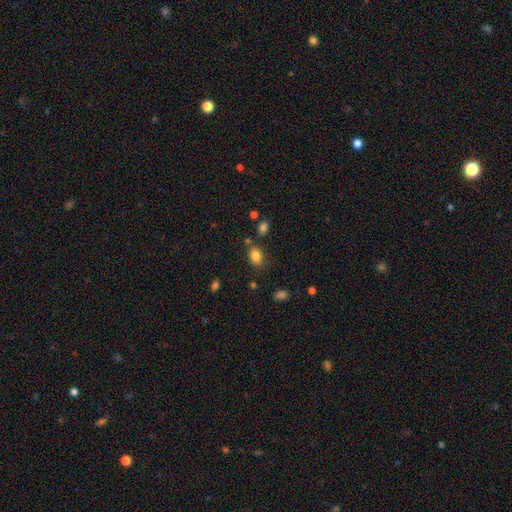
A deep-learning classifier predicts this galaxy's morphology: This appears to be a smooth galaxy with no disk features (83%) that is in between round and cigar-shaped (78%). Merging: none (73%).